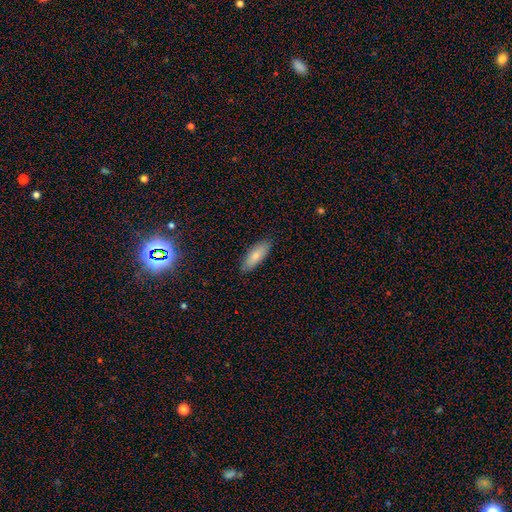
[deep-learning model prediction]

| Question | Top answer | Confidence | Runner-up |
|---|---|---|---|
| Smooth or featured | smooth | 80% | featured or disk (14%) |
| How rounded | in between | 69% | cigar-shaped (29%) |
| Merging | none | 86% | minor disturbance (11%) |